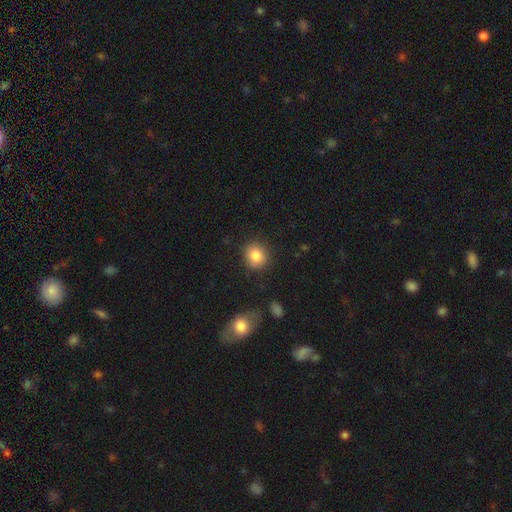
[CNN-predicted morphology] Overall: smooth (85%). How rounded: round (83%). Merging: none (88%).